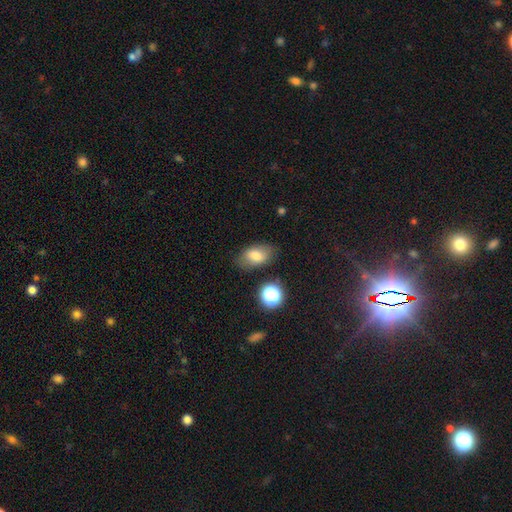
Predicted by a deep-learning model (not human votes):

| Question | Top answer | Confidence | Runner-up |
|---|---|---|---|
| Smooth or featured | smooth | 76% | featured or disk (13%) |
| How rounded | in between | 88% | round (10%) |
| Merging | none | 79% | minor disturbance (14%) |